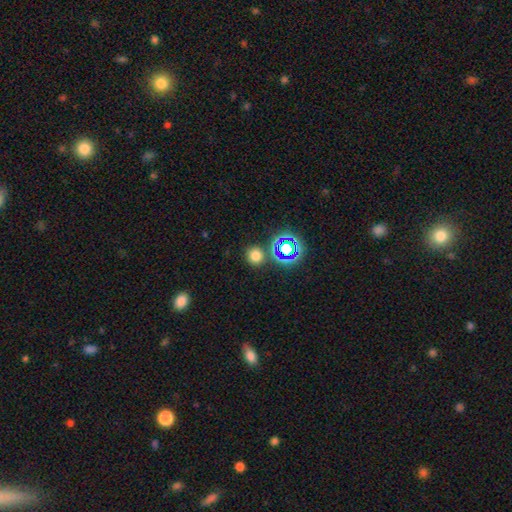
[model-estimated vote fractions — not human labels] Overall: smooth (70%). How rounded: round (90%). Merging: none (81%).